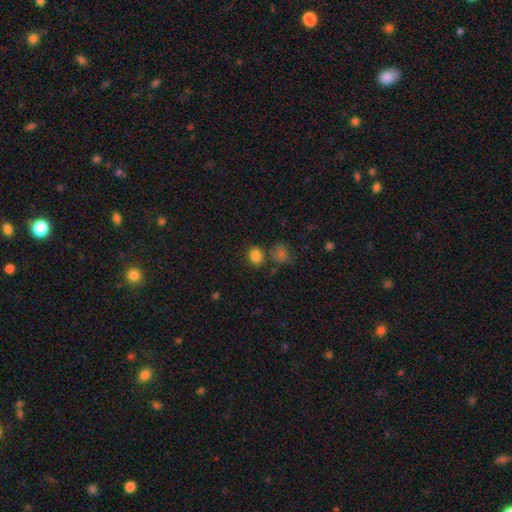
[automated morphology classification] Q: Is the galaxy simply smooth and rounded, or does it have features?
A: smooth — 83%.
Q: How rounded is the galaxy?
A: round — 66%.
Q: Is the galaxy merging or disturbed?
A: none — 72%.